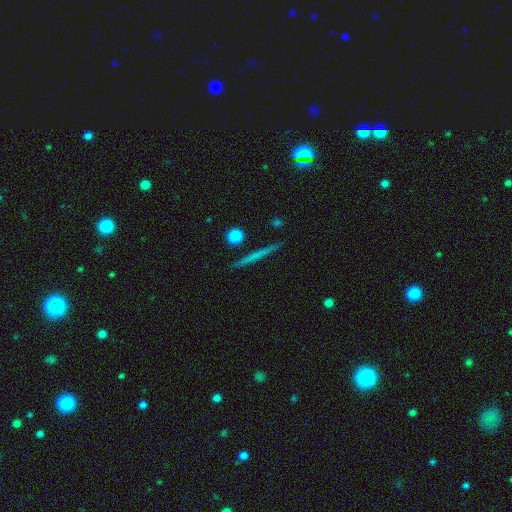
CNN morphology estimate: This appears to be a featured or disk galaxy (49%). Merging: none (90%).